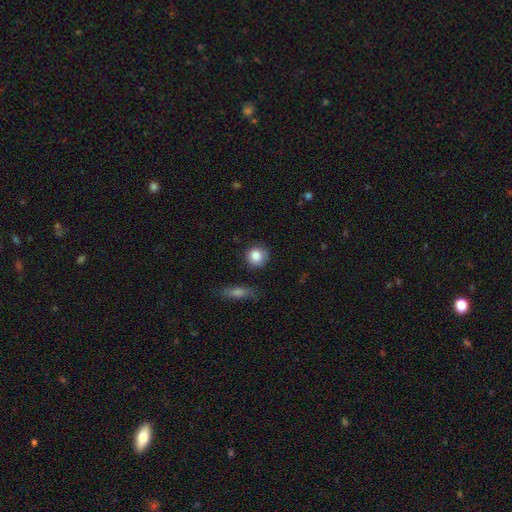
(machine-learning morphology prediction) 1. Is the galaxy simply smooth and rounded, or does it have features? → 85% smooth, 8% star or artifact, 7% featured or disk.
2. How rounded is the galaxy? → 88% round, 10% in between, 1% cigar-shaped.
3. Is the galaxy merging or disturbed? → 82% none, 12% minor disturbance, 3% major disturbance, 3% merger.